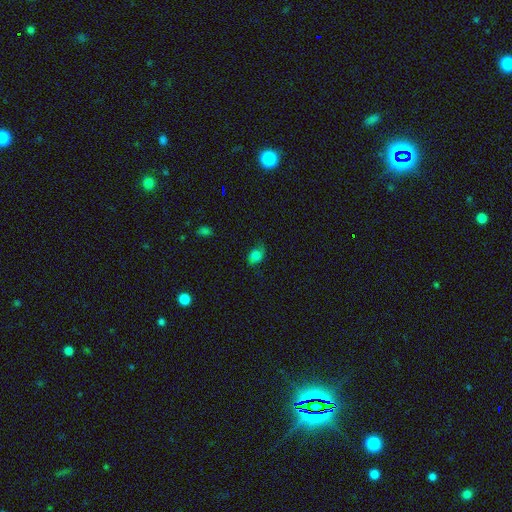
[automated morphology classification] Q: Smooth or featured?
A: smooth (76%); runner-up: star or artifact (14%)
Q: How rounded?
A: in between (69%); runner-up: round (30%)
Q: Merging?
A: none (62%); runner-up: minor disturbance (27%)